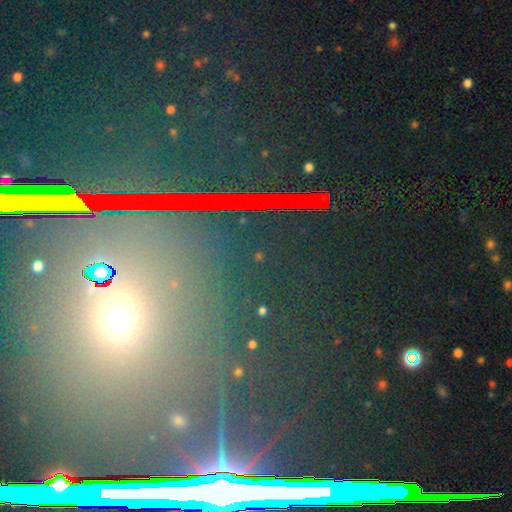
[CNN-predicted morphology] Smooth or featured? star or artifact (74%)